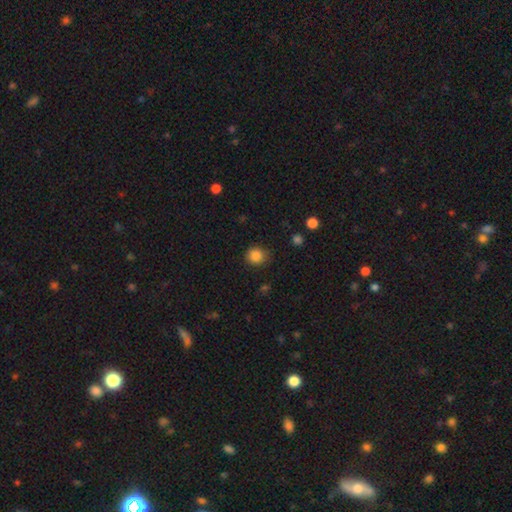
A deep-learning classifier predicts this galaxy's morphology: type=smooth (86%); roundness=round (88%); merging=none (85%).